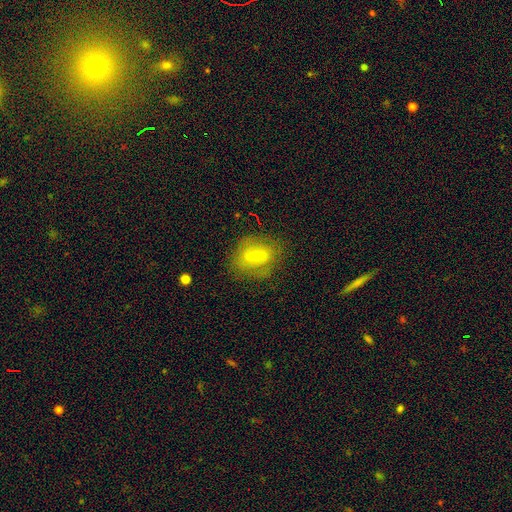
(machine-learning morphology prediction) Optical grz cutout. It shows a featured or disk galaxy (49%). Merging: none (75%).